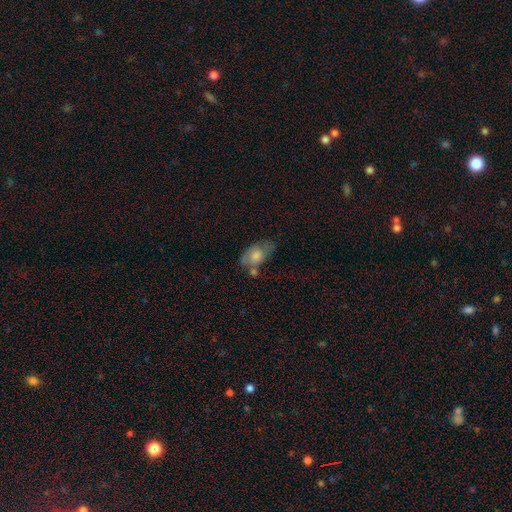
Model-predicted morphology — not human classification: smooth 68%, featured or disk 25%, star or artifact 7%. Down the decision tree: how rounded — in between (88%); merging — none (38%).